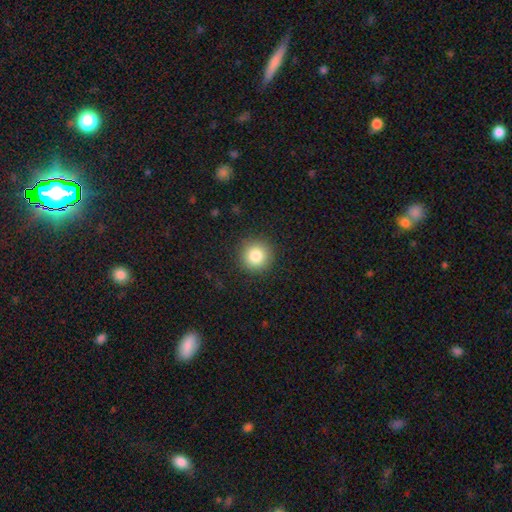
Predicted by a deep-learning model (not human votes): A smooth galaxy with no disk features (83%) that is round (95%).

Vote fractions:
- Smooth or featured? smooth: 83% / star or artifact: 10% / featured or disk: 7%
- How rounded? round: 95% / in between: 5% / cigar-shaped: 1%
- Merging? none: 91% / minor disturbance: 6% / major disturbance: 2% / merger: 1%